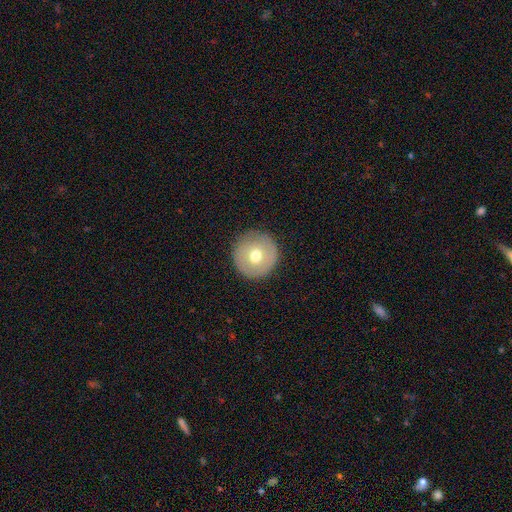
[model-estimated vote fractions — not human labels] Smooth or featured? Predicted: smooth (p=0.64). How rounded? Predicted: round (p=0.95). Merging? Predicted: none (p=0.89).